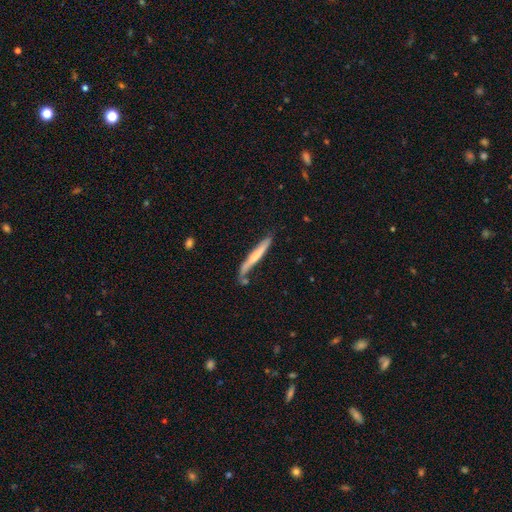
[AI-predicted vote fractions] Smooth or featured: smooth — 53% (featured or disk — 42%)
How rounded: cigar-shaped — 96% (in between — 3%)
Merging: none — 68% (minor disturbance — 19%)